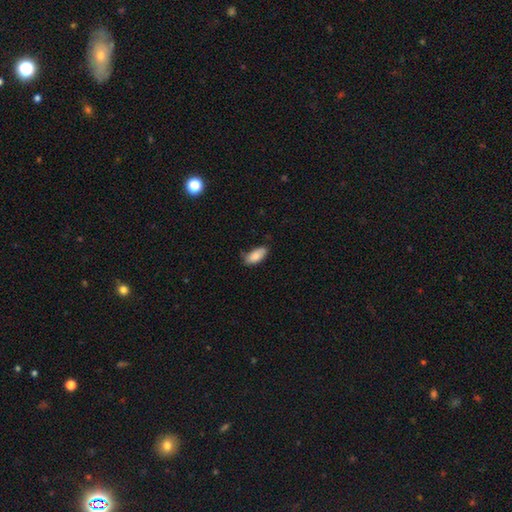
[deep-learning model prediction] Smooth or featured: smooth — 86% (featured or disk — 8%)
How rounded: in between — 90% (cigar-shaped — 8%)
Merging: none — 71% (minor disturbance — 23%)